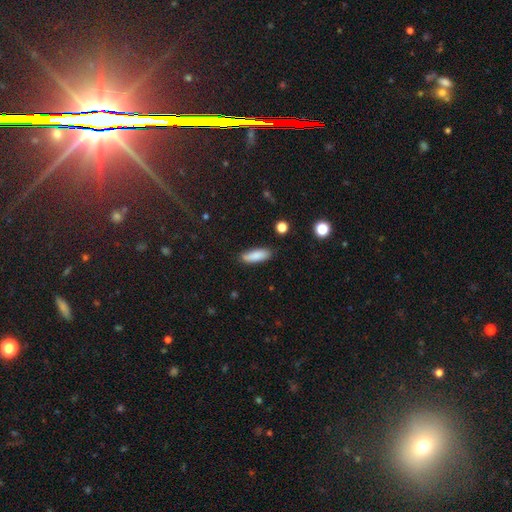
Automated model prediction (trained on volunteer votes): Smooth or featured?
  - smooth: 86% *
  - featured or disk: 7%
  - star or artifact: 7%
How rounded?
  - in between: 55% *
  - cigar-shaped: 43%
  - round: 2%
Merging?
  - none: 86% *
  - minor disturbance: 11%
  - major disturbance: 2%
  - merger: 2%